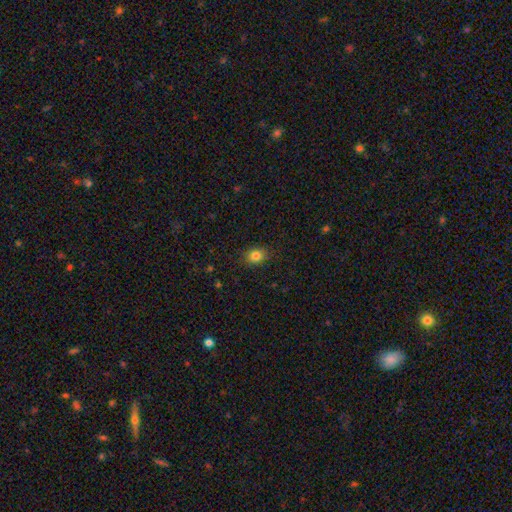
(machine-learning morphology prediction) A smooth galaxy with no disk features (83%) that is round (53%).

Vote fractions:
- Smooth or featured? smooth: 83% / star or artifact: 11% / featured or disk: 6%
- How rounded? round: 53% / in between: 46% / cigar-shaped: 1%
- Merging? none: 87% / minor disturbance: 10% / major disturbance: 2% / merger: 1%